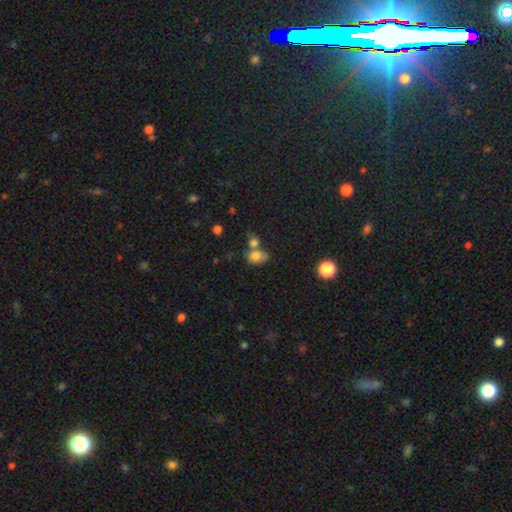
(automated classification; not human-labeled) Smooth or featured: smooth — 77% (featured or disk — 12%)
How rounded: in between — 69% (round — 30%)
Merging: merger — 42% (none — 37%)